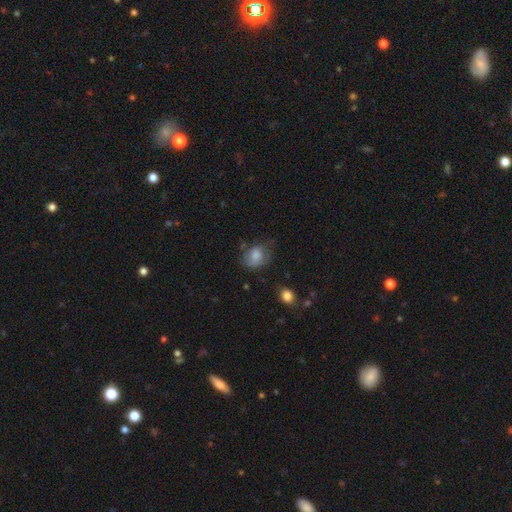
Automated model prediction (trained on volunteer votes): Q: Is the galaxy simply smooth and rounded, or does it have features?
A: smooth — 70%.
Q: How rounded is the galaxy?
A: in between — 58%.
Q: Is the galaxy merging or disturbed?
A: none — 47%.